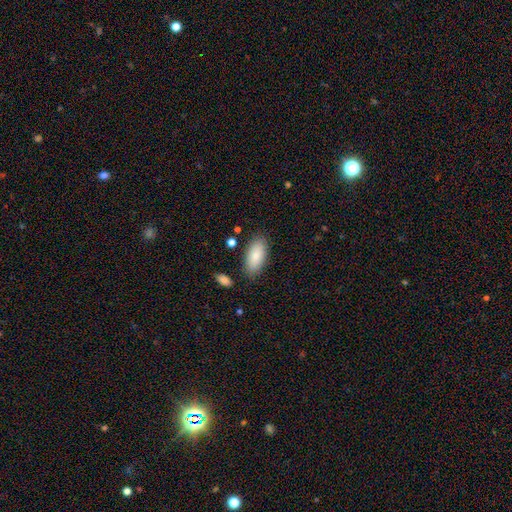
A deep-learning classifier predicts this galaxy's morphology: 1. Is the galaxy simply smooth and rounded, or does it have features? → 85% smooth, 9% featured or disk, 6% star or artifact.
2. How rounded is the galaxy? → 90% in between, 7% cigar-shaped, 2% round.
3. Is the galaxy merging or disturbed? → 83% none, 12% minor disturbance, 3% major disturbance, 3% merger.